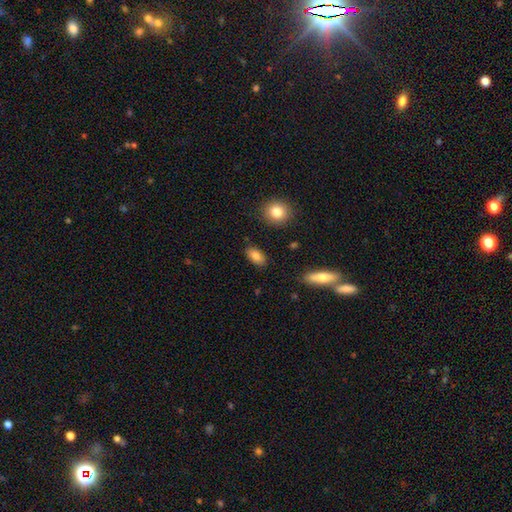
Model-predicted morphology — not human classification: The model was most divided on "merging": none: 86%, minor disturbance: 10%, major disturbance: 2%, merger: 2%. More confident: how rounded — in between (89%); smooth or featured — smooth (84%).